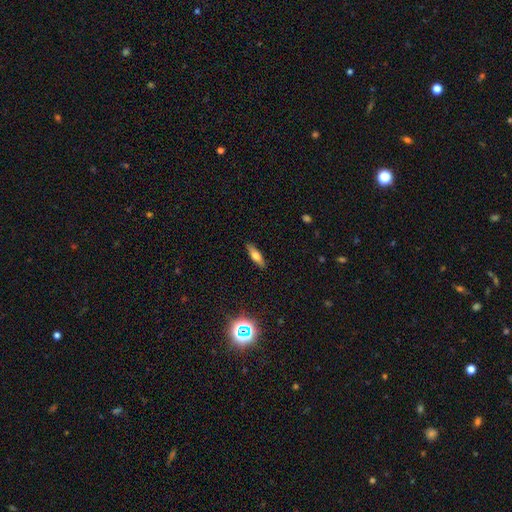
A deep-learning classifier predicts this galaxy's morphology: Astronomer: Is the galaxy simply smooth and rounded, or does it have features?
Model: smooth — 58%.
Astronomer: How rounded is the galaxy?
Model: cigar-shaped — 59% (runner-up: in between, 38%).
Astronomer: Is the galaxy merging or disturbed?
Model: none — 89%.